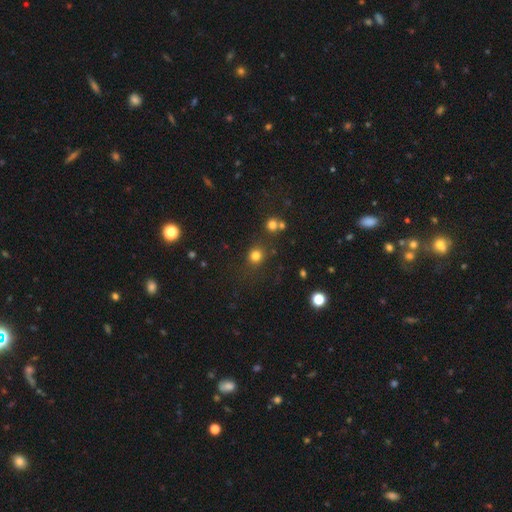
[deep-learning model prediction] Overall: smooth (78%). How rounded: round (87%). Merging: none (80%).